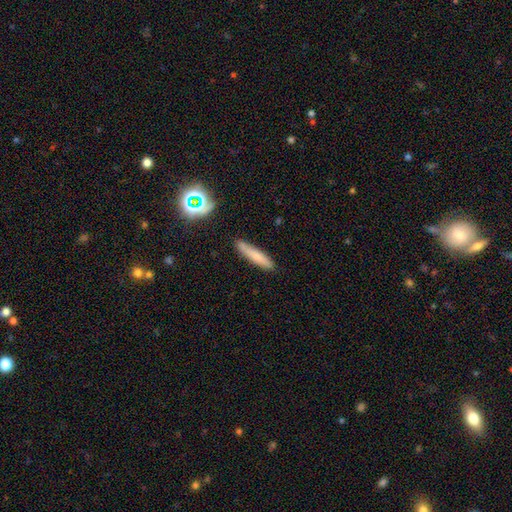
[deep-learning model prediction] Smooth or featured?
  - smooth: 70% *
  - featured or disk: 20%
  - star or artifact: 10%
How rounded?
  - cigar-shaped: 88% *
  - in between: 10%
  - round: 2%
Merging?
  - none: 83% *
  - minor disturbance: 12%
  - major disturbance: 3%
  - merger: 2%